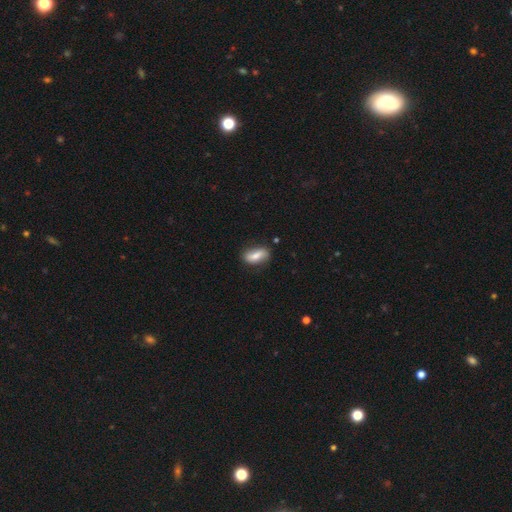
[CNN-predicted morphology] This is likely a smooth galaxy (67%). How rounded: likely in between (80%). Merging: likely none (74%).